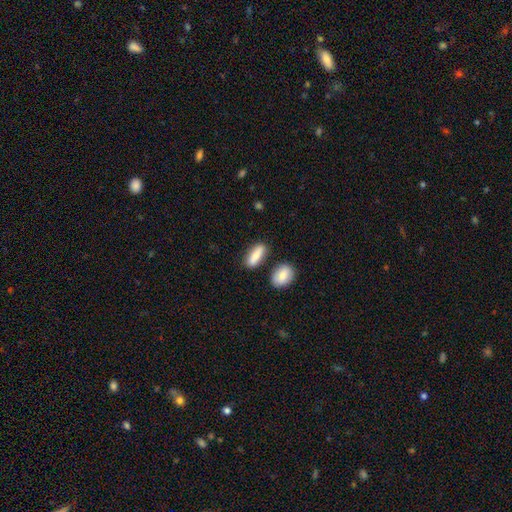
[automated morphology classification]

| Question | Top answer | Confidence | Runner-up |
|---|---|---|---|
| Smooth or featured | smooth | 74% | featured or disk (19%) |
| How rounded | in between | 61% | cigar-shaped (35%) |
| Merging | none | 76% | minor disturbance (12%) |